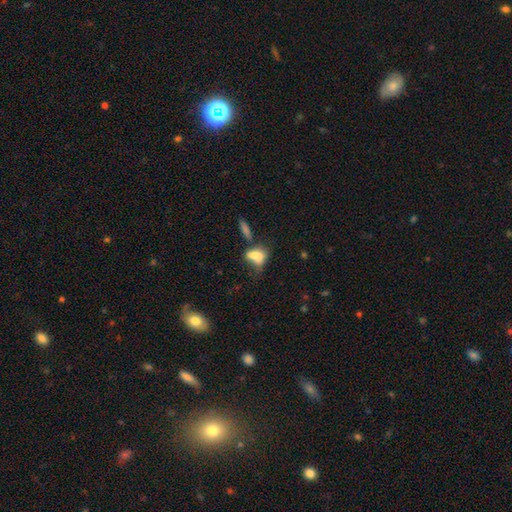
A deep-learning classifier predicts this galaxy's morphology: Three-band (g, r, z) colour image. It shows a smooth galaxy with no disk features (68%) that is in between round and cigar-shaped (77%). Merging: none (30%).